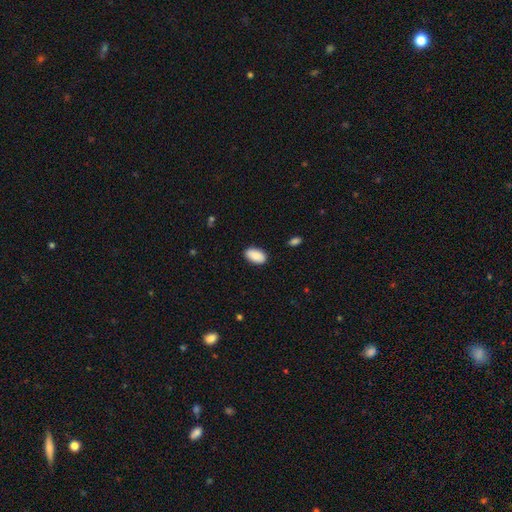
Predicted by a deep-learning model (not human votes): This is clearly a smooth galaxy (88%). How rounded: clearly in between (95%). Merging: clearly none (86%).